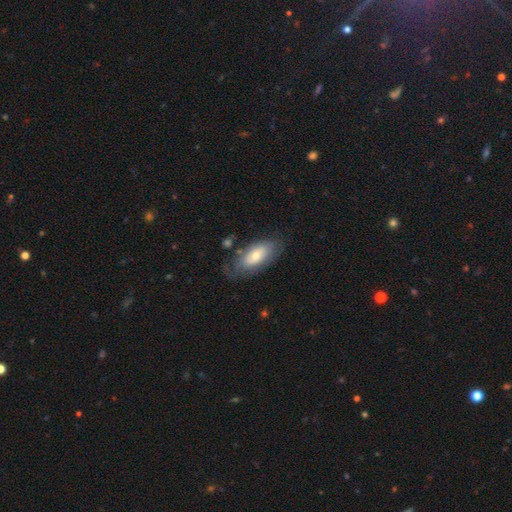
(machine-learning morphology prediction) smooth 57%, featured or disk 37%, star or artifact 6%. Down the decision tree: how rounded — in between (89%); merging — none (63%).